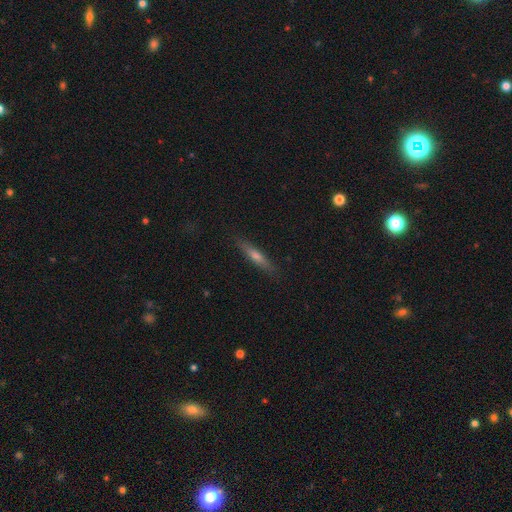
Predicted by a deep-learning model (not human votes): Smooth or featured? smooth (48%)
Merging? none (87%)